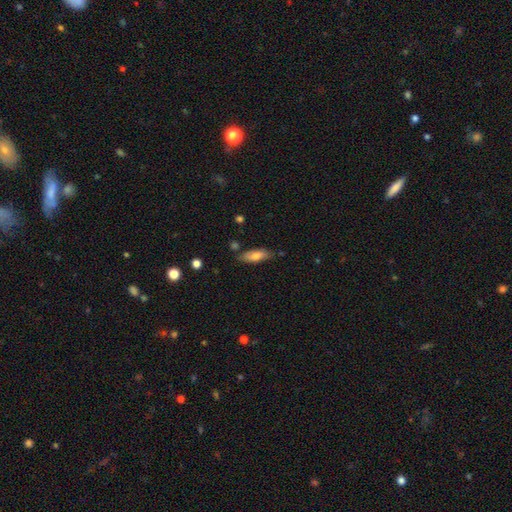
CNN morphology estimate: smooth 71%, featured or disk 22%, star or artifact 7%. Down the decision tree: how rounded — in between (68%); merging — none (75%).